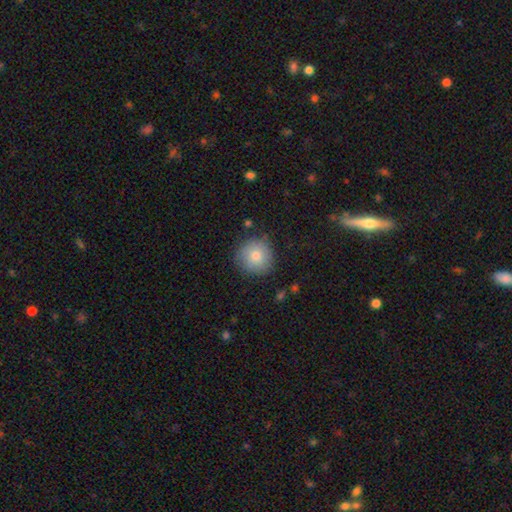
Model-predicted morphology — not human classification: This is likely a smooth galaxy (79%). How rounded: clearly round (94%). Merging: clearly none (84%).